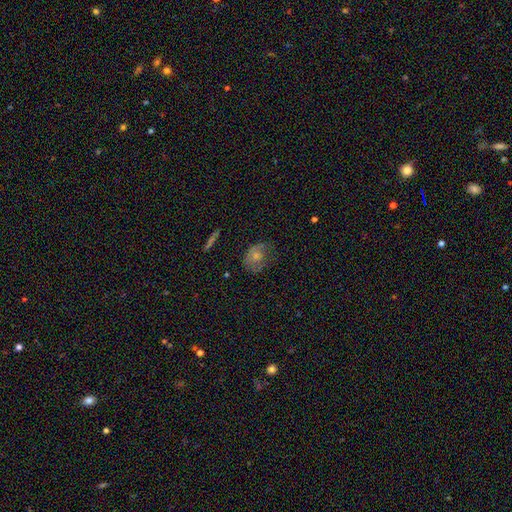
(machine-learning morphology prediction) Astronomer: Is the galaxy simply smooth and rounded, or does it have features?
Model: smooth — 58%.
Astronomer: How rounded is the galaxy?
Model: in between — 58% (runner-up: round, 40%).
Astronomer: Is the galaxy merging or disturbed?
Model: none — 42% (runner-up: minor disturbance, 31%).